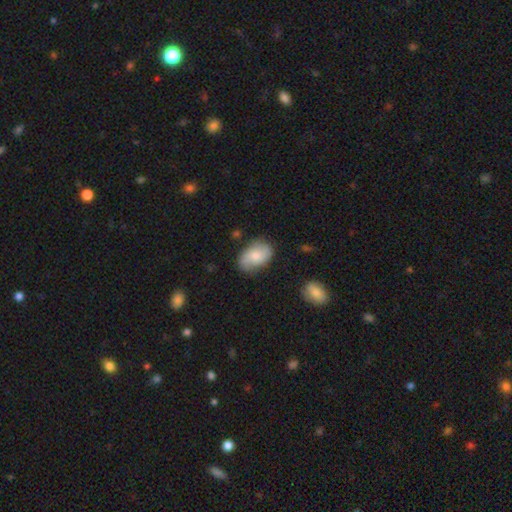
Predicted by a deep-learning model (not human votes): This is likely a smooth galaxy (67%). How rounded: clearly in between (88%). Merging: likely none (71%).